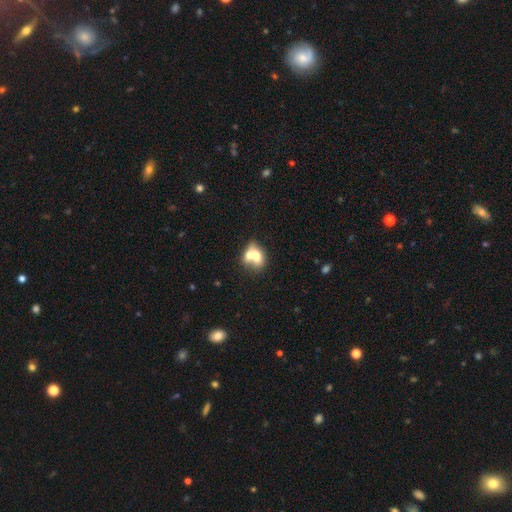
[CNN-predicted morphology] Smooth or featured: smooth — 64% (featured or disk — 28%)
How rounded: in between — 64% (round — 34%)
Merging: merger — 64% (none — 24%)